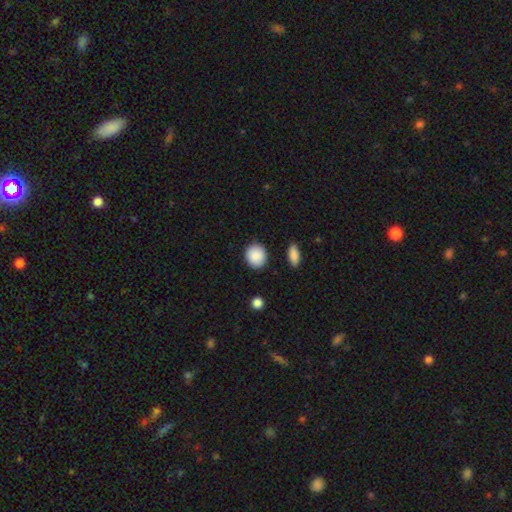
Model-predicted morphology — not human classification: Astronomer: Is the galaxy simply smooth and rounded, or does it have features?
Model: smooth — 89%.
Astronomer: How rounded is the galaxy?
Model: round — 74%.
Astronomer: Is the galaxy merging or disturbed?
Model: none — 88%.